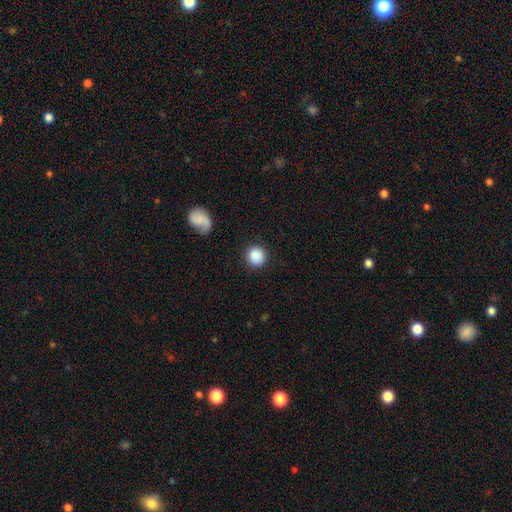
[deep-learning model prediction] A smooth galaxy with no disk features (87%) that is round (92%).

Vote fractions:
- Smooth or featured? smooth: 87% / star or artifact: 8% / featured or disk: 5%
- How rounded? round: 92% / in between: 7% / cigar-shaped: 1%
- Merging? none: 89% / minor disturbance: 6% / major disturbance: 3% / merger: 2%